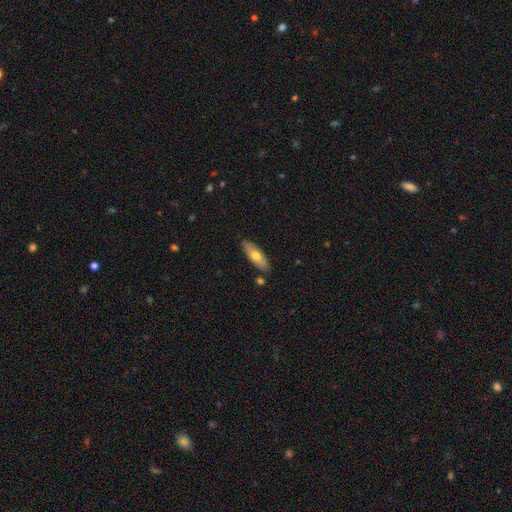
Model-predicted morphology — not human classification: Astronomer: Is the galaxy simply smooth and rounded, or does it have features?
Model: smooth — 63%.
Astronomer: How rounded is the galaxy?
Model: in between — 66%.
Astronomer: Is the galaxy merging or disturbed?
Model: none — 85%.